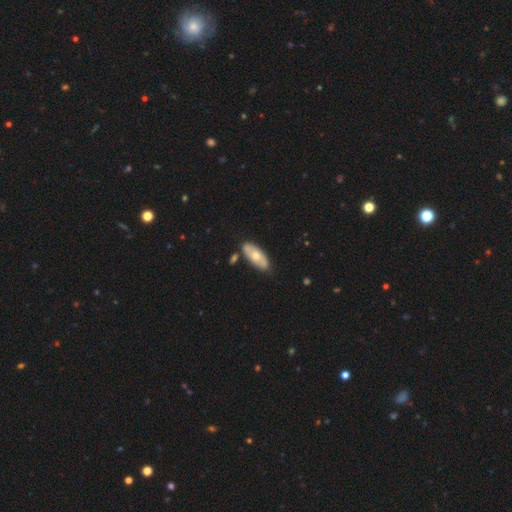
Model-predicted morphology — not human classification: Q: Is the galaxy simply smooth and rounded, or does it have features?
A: smooth — 54%.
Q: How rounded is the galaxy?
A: in between — 82%.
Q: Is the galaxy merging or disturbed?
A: none — 78%.